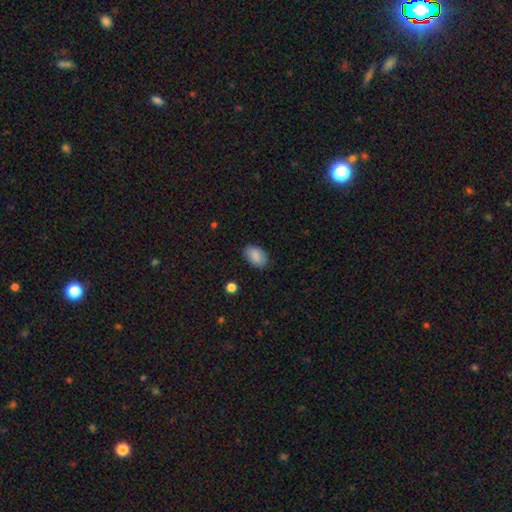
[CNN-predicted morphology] This is clearly a smooth galaxy (88%). How rounded: clearly in between (90%). Merging: clearly none (84%).